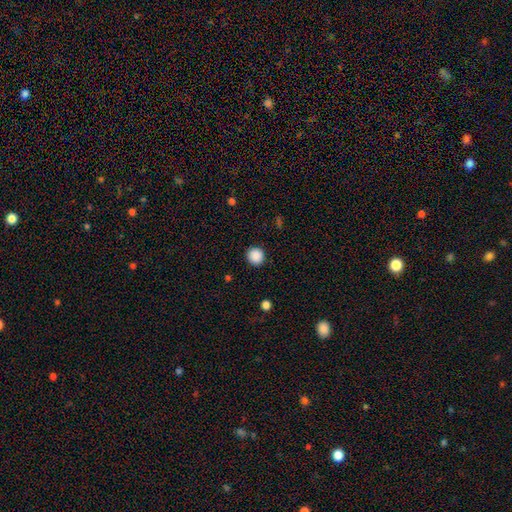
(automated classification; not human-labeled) Smooth or featured: smooth — 89% (star or artifact — 9%)
How rounded: round — 94% (in between — 5%)
Merging: none — 92% (minor disturbance — 5%)